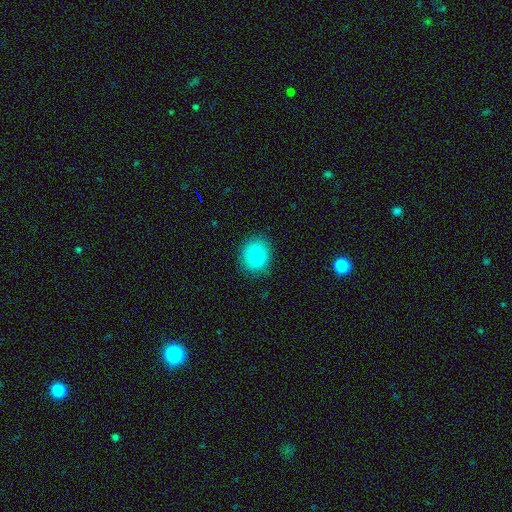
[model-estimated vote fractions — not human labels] Q: Smooth or featured?
A: smooth (75%); runner-up: featured or disk (18%)
Q: How rounded?
A: round (53%); runner-up: in between (46%)
Q: Merging?
A: none (82%); runner-up: minor disturbance (13%)